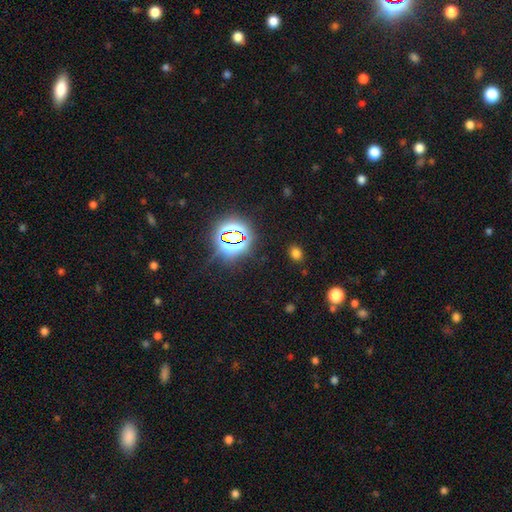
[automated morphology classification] Q: Smooth or featured?
A: star or artifact (79%); runner-up: smooth (14%)